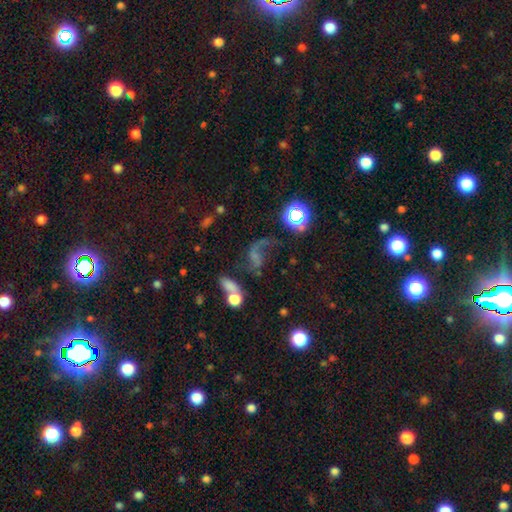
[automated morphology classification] A featured or disk galaxy (48%). Merging: none (38%).